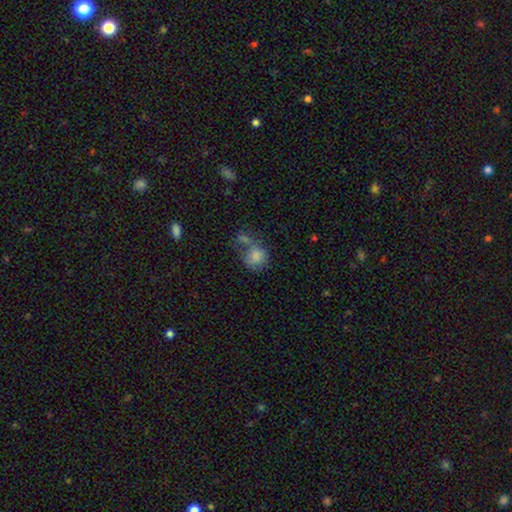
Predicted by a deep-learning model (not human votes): A smooth galaxy with no disk features (80%) that is round (71%).

Vote fractions:
- Smooth or featured? smooth: 80% / featured or disk: 11% / star or artifact: 9%
- How rounded? round: 71% / in between: 28% / cigar-shaped: 1%
- Merging? merger: 42% / none: 31% / minor disturbance: 15% / major disturbance: 12%